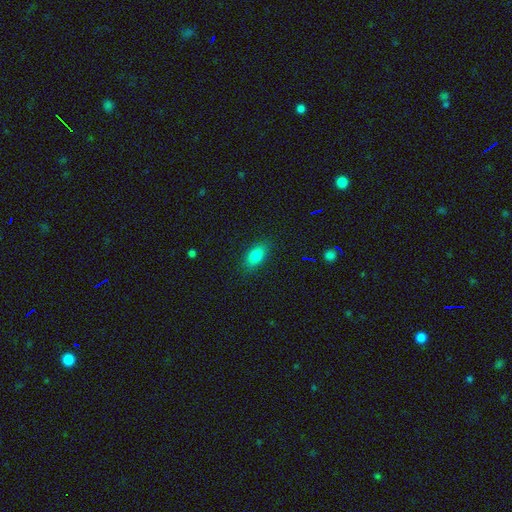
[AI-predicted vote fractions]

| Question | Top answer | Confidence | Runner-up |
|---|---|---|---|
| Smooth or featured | smooth | 81% | star or artifact (10%) |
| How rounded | in between | 85% | round (7%) |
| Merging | none | 85% | minor disturbance (11%) |